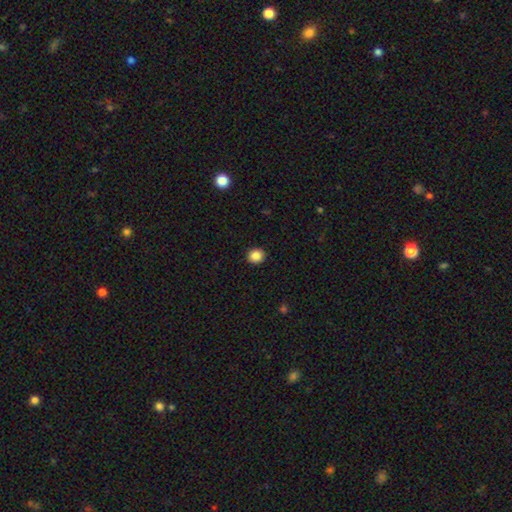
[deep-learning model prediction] Overall: smooth (86%). How rounded: round (84%). Merging: none (92%).